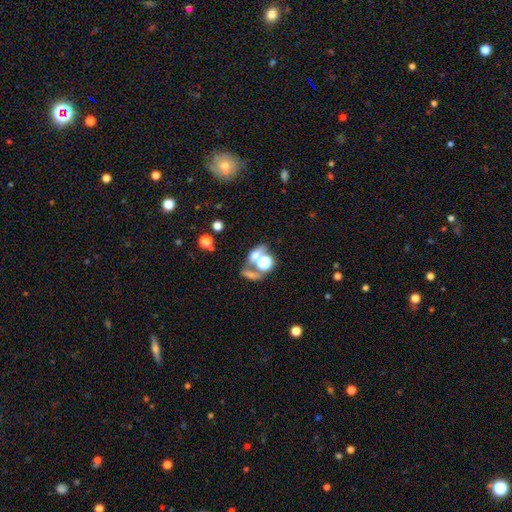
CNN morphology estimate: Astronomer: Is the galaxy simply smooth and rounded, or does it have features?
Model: smooth — 52%.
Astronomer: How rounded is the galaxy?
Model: in between — 48% (runner-up: round, 41%).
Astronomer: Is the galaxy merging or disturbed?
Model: none — 43% (runner-up: merger, 40%).